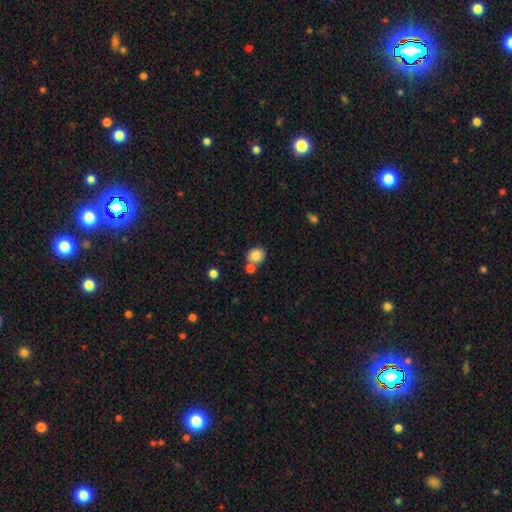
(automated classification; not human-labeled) Smooth or featured?
  - smooth: 83% *
  - star or artifact: 10%
  - featured or disk: 8%
How rounded?
  - round: 70% *
  - in between: 29%
  - cigar-shaped: 1%
Merging?
  - none: 60% *
  - merger: 26%
  - minor disturbance: 11%
  - major disturbance: 3%